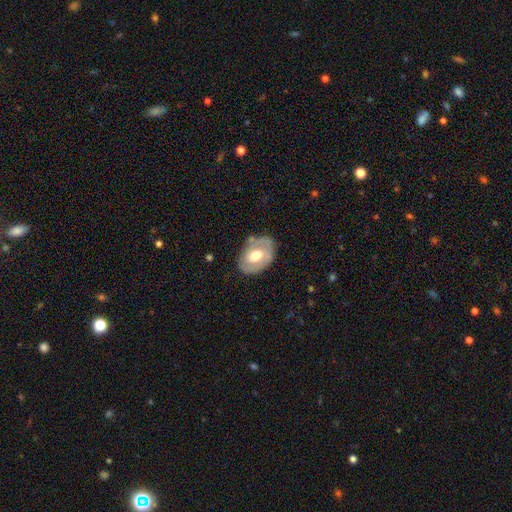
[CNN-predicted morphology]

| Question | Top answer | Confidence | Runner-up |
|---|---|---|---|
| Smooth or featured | featured or disk | 53% | smooth (41%) |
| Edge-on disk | no | 93% | yes (7%) |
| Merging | none | 72% | minor disturbance (20%) |